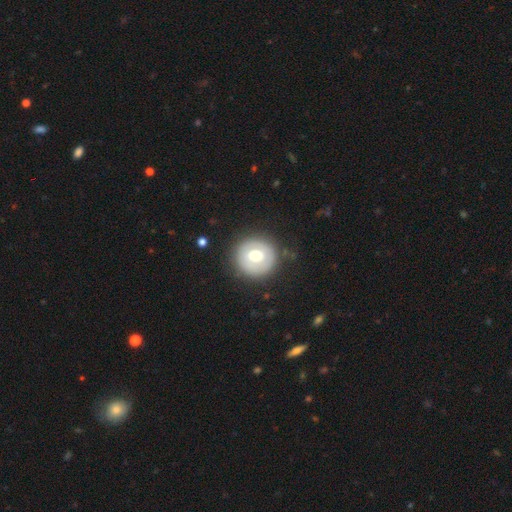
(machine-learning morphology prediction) Smooth or featured?
  - smooth: 61% *
  - featured or disk: 30%
  - star or artifact: 8%
How rounded?
  - round: 94% *
  - in between: 5%
  - cigar-shaped: 1%
Merging?
  - none: 87% *
  - minor disturbance: 8%
  - major disturbance: 3%
  - merger: 1%